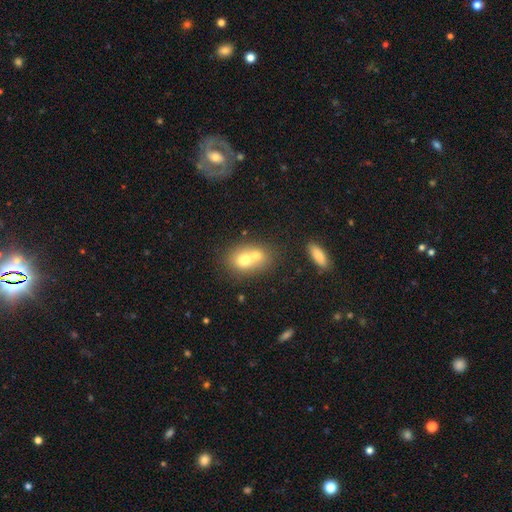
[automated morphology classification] smooth 67%, featured or disk 23%, star or artifact 10%. Down the decision tree: how rounded — round (51%); merging — merger (68%).